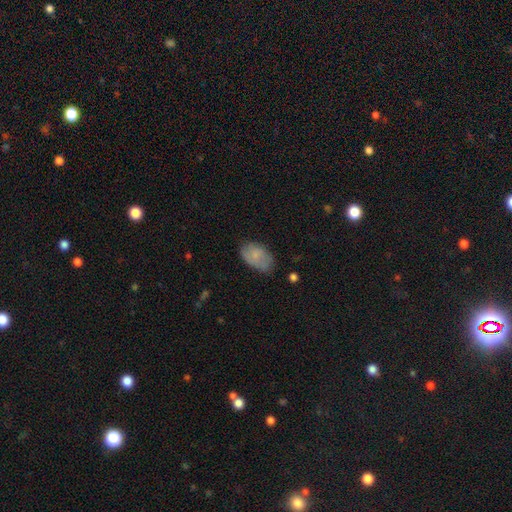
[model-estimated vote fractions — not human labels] A smooth galaxy with no disk features (75%) that is in between round and cigar-shaped (91%). Merging: none (66%).